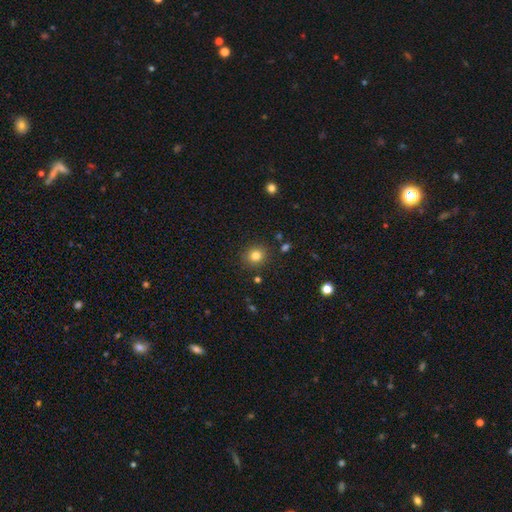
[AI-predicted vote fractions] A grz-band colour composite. It shows a smooth galaxy with no disk features (81%) that is round (85%). Merging: none (88%).